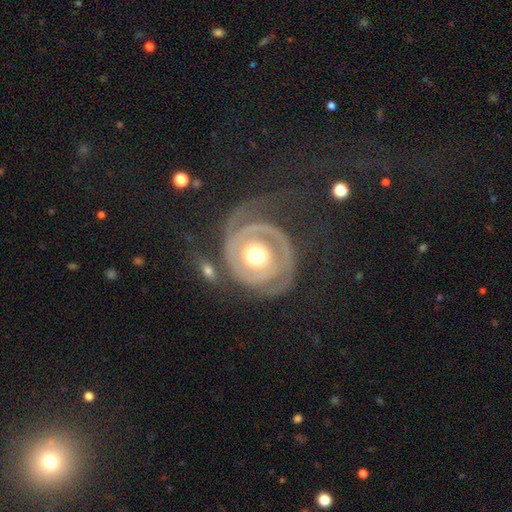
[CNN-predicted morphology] smooth_or_featured: featured or disk (p=0.81) [alt: smooth p=0.15]
disk_edge_on: no (p=0.97) [alt: yes p=0.03]
bar: no (p=0.78) [alt: weak p=0.15]
has_spiral_arms: yes (p=0.81) [alt: no p=0.19]
spiral_winding: tight (p=0.60) [alt: medium p=0.26]
spiral_arm_count: 2 (p=0.37) [alt: 1 p=0.33]
bulge_size: moderate (p=0.61) [alt: large p=0.29]
merging: none (p=0.49) [alt: major disturbance p=0.26]